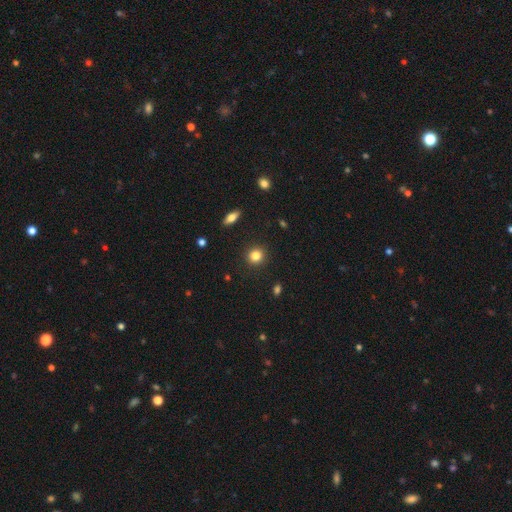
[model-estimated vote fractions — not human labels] Q: Smooth or featured?
A: smooth (83%); runner-up: star or artifact (11%)
Q: How rounded?
A: round (89%); runner-up: in between (9%)
Q: Merging?
A: none (91%); runner-up: minor disturbance (6%)